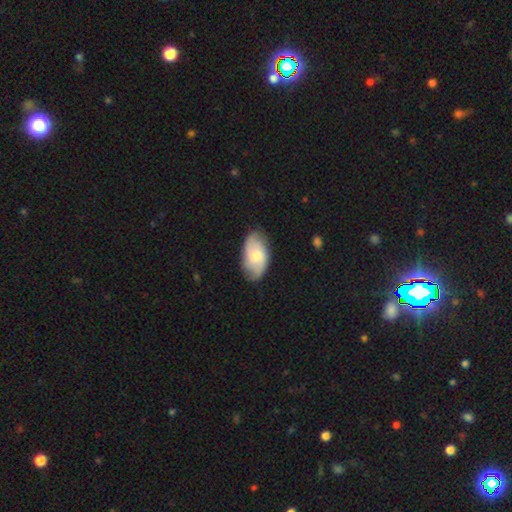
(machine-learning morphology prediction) A smooth galaxy with no disk features (54%) that is in between round and cigar-shaped (93%). Merging: none (76%).